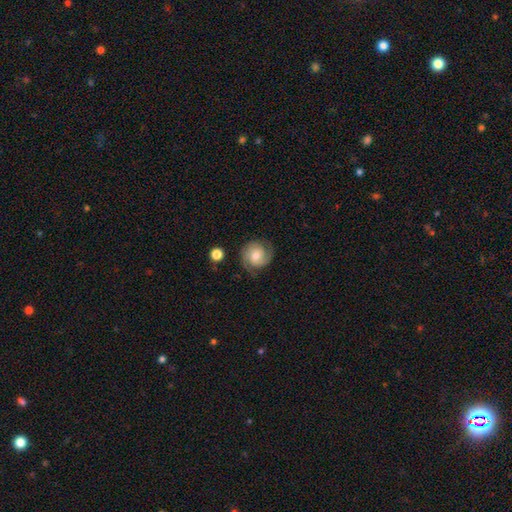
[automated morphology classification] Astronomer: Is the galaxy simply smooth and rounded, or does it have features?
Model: featured or disk — 63%.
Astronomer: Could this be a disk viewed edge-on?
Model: no — 97%.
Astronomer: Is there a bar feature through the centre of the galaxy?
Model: no — 63%.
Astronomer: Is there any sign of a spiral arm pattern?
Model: yes — 92%.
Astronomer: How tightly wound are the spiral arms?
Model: tight — 47% (runner-up: medium, 39%).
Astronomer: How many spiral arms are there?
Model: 2 — 73%.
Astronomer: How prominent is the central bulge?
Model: moderate — 60%.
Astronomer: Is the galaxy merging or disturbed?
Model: none — 76%.